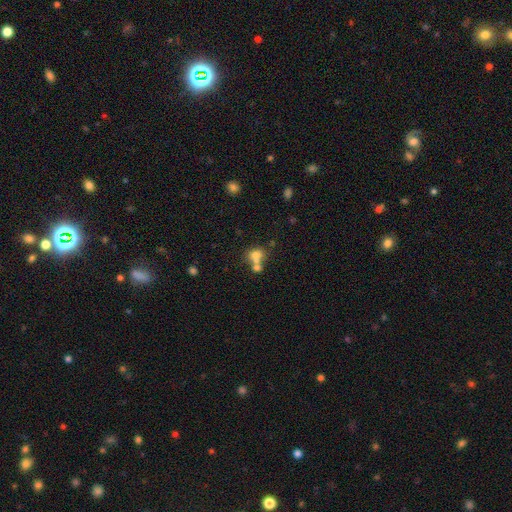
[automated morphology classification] Q: Smooth or featured?
A: smooth (70%); runner-up: featured or disk (17%)
Q: How rounded?
A: round (60%); runner-up: in between (39%)
Q: Merging?
A: merger (56%); runner-up: none (31%)